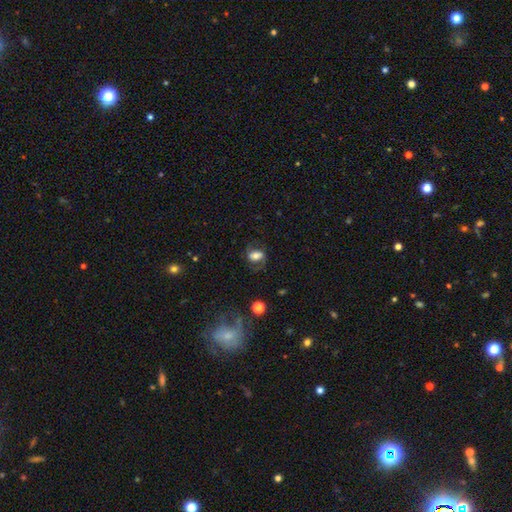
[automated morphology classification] Smooth or featured? smooth (48%)
Merging? none (60%)